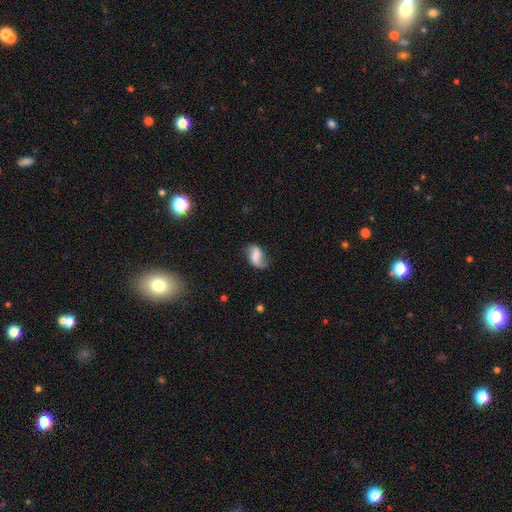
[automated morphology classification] Smooth or featured? featured or disk (54%)
Edge-on disk? no (96%)
Bar? weak (42%)
Spiral arms? yes (88%)
Bulge size? none (38%)
Merging? none (58%)